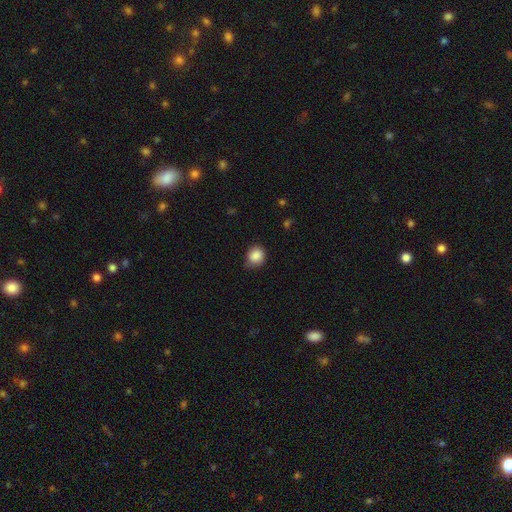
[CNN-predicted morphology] A smooth galaxy with no disk features (87%) that is round (80%).

Vote fractions:
- Smooth or featured? smooth: 87% / star or artifact: 9% / featured or disk: 4%
- How rounded? round: 80% / in between: 19% / cigar-shaped: 1%
- Merging? none: 73% / minor disturbance: 22% / major disturbance: 4% / merger: 1%